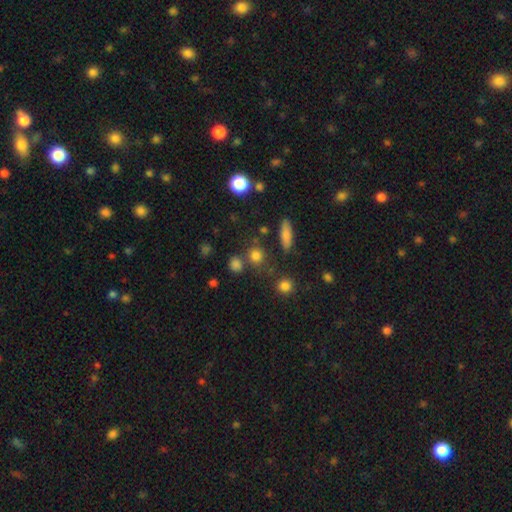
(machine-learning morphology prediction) smooth_or_featured: smooth (p=0.78) [alt: star or artifact p=0.16]
how_rounded: round (p=0.84) [alt: in between p=0.13]
merging: none (p=0.72) [alt: merger p=0.13]